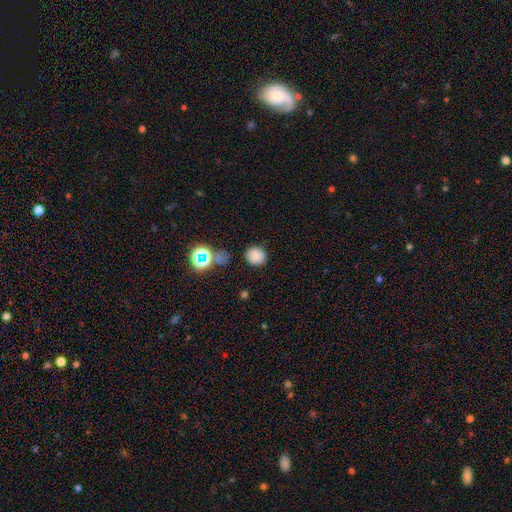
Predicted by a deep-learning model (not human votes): Q: Smooth or featured?
A: smooth (80%); runner-up: star or artifact (15%)
Q: How rounded?
A: round (75%); runner-up: in between (24%)
Q: Merging?
A: none (83%); runner-up: minor disturbance (11%)